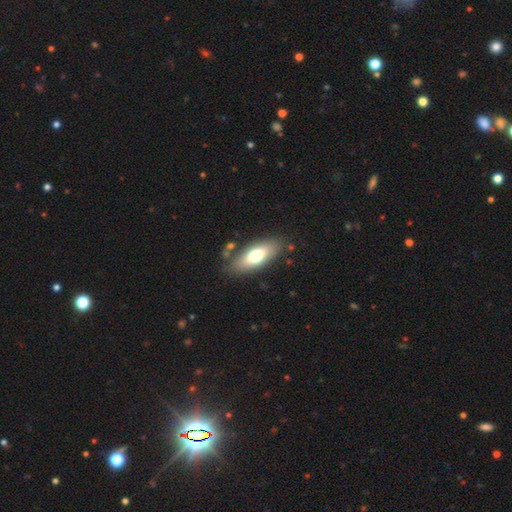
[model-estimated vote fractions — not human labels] The model was most divided on "smooth or featured": smooth: 67%, featured or disk: 26%, star or artifact: 7%. More confident: merging — none (81%); how rounded — in between (78%).